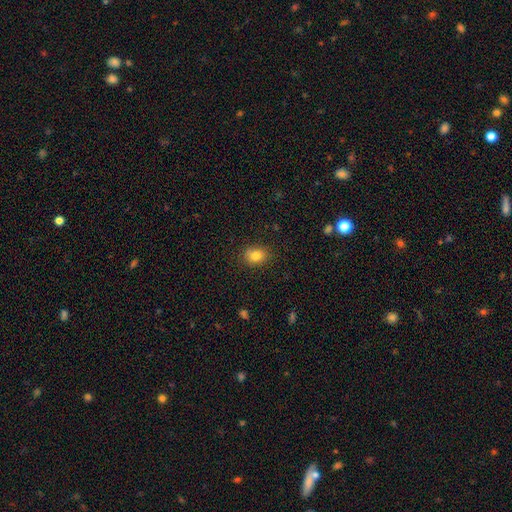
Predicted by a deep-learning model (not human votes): smooth-or-featured: smooth: 82% | star or artifact: 10% | featured or disk: 7%
  how-rounded: in between: 61% | round: 37% | cigar-shaped: 1%
  merging: none: 84% | minor disturbance: 12% | major disturbance: 3% | merger: 1%